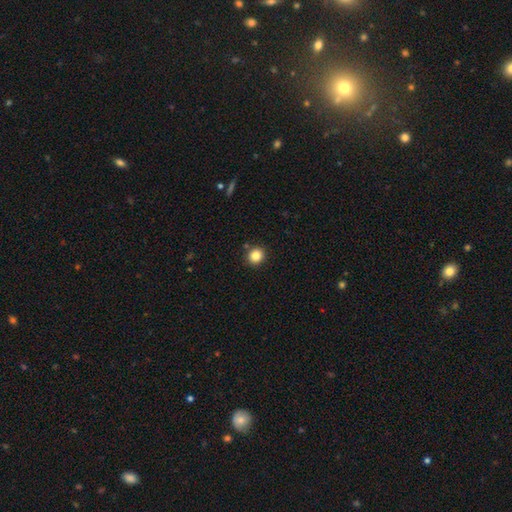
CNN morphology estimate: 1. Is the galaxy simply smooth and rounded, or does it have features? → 84% smooth, 11% star or artifact, 5% featured or disk.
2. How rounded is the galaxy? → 90% round, 9% in between, 1% cigar-shaped.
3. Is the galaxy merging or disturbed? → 89% none, 6% minor disturbance, 3% merger, 2% major disturbance.